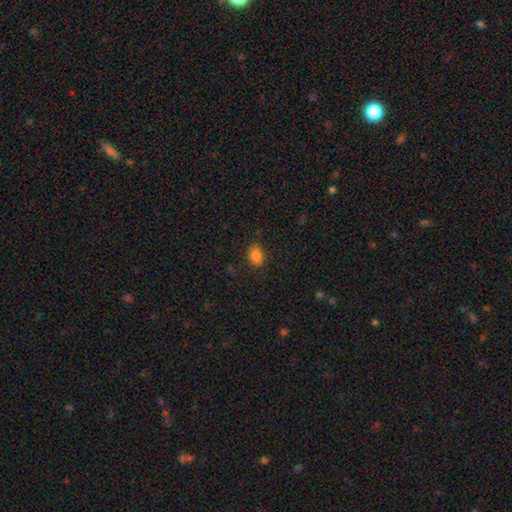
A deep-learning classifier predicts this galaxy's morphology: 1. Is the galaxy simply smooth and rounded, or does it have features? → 84% smooth, 11% star or artifact, 6% featured or disk.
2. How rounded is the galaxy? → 73% in between, 25% round, 1% cigar-shaped.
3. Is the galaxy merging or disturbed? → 82% none, 14% minor disturbance, 3% major disturbance, 1% merger.